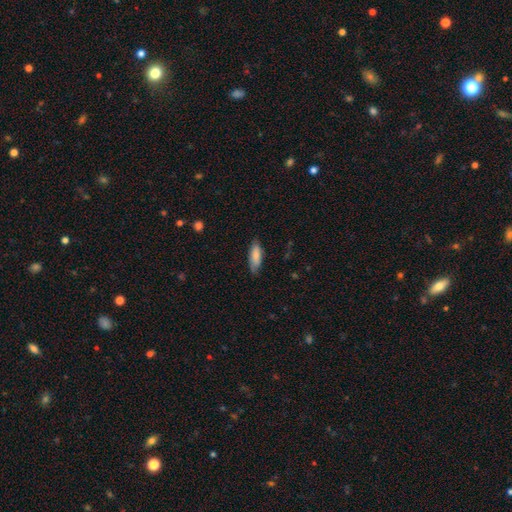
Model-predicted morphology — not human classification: Smooth or featured? smooth (81%)
How rounded? in between (57%)
Merging? none (78%)